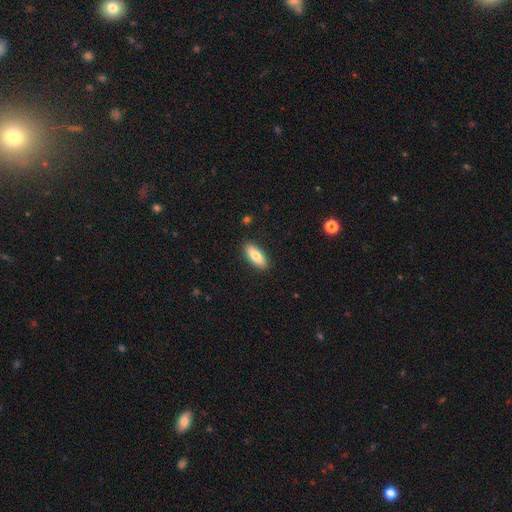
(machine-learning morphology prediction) A smooth galaxy with no disk features (77%) that is in between round and cigar-shaped (74%). Merging: none (89%).